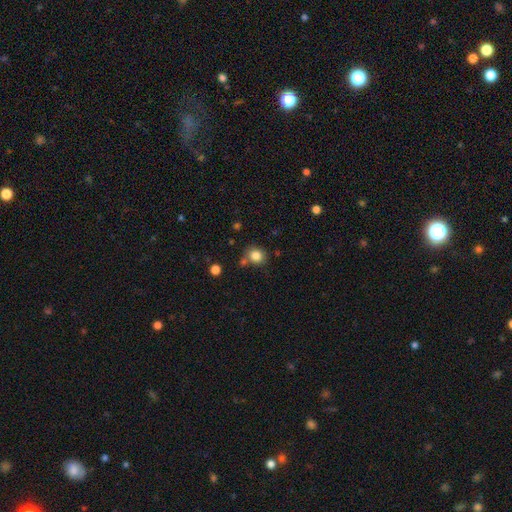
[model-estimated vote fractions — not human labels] smooth_or_featured: smooth (p=0.83) [alt: star or artifact p=0.11]
how_rounded: round (p=0.79) [alt: in between p=0.20]
merging: none (p=0.70) [alt: merger p=0.14]